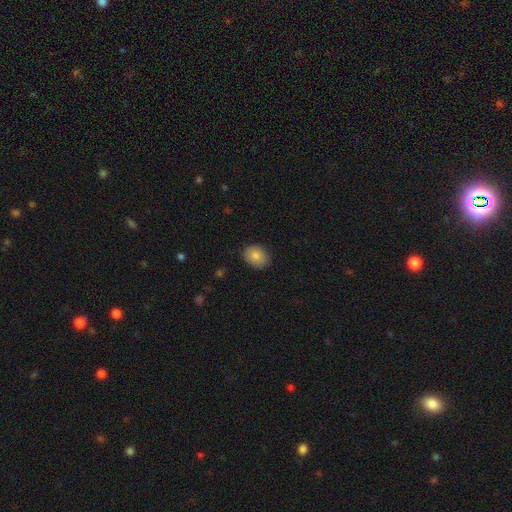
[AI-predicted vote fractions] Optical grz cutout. It shows a smooth galaxy with no disk features (83%) that is round (53%). Merging: none (85%).